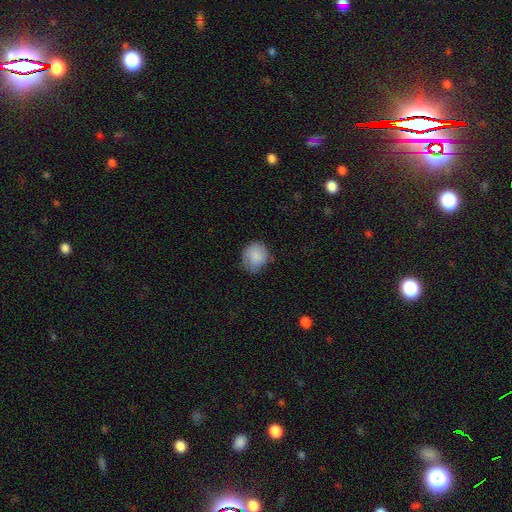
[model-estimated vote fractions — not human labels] smooth 85%, featured or disk 8%, star or artifact 7%. Down the decision tree: how rounded — round (70%); merging — none (69%).